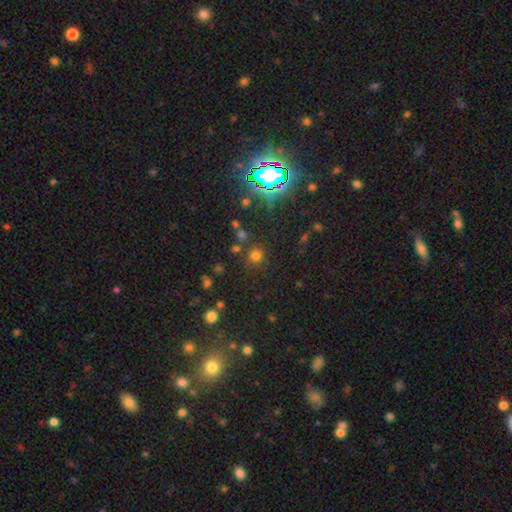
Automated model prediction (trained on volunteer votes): Smooth or featured?
  - smooth: 66% *
  - star or artifact: 28%
  - featured or disk: 6%
How rounded?
  - round: 91% *
  - in between: 8%
  - cigar-shaped: 1%
Merging?
  - none: 83% *
  - minor disturbance: 8%
  - merger: 6%
  - major disturbance: 4%